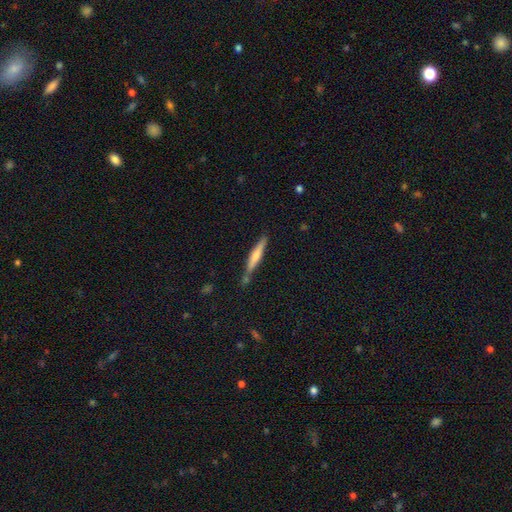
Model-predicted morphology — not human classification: The model was most divided on "smooth or featured": smooth: 53%, featured or disk: 41%, star or artifact: 6%. More confident: how rounded — cigar-shaped (92%); merging — none (72%).